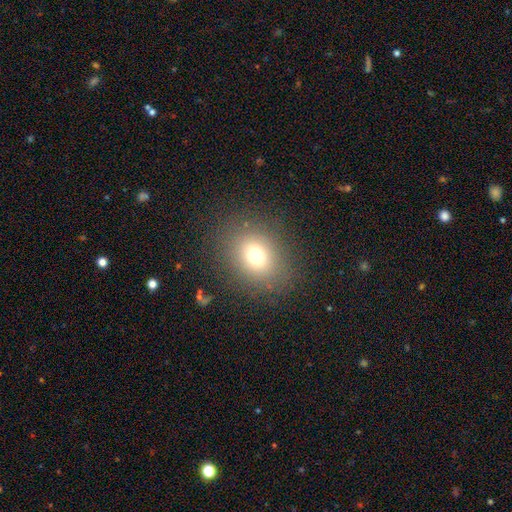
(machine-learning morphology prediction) smooth_or_featured: smooth (p=0.72) [alt: star or artifact p=0.17]
how_rounded: round (p=0.56) [alt: in between p=0.43]
merging: none (p=0.83) [alt: minor disturbance p=0.09]